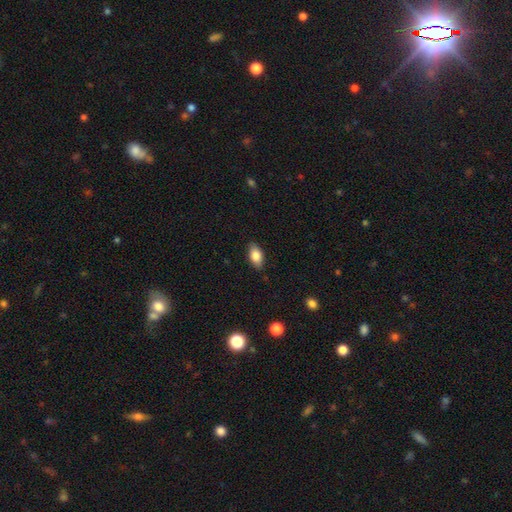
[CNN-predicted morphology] A smooth galaxy with no disk features (82%) that is in between round and cigar-shaped (91%). Merging: none (85%).